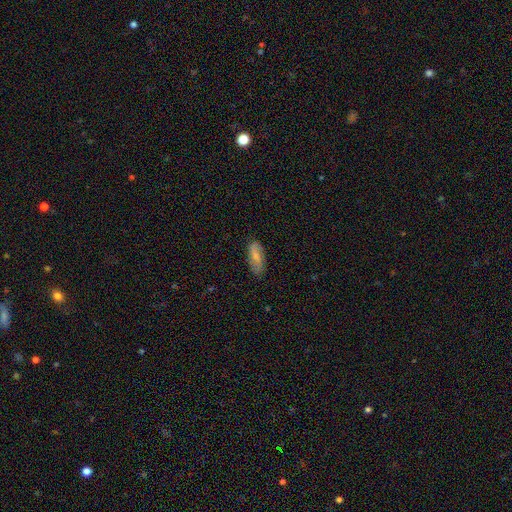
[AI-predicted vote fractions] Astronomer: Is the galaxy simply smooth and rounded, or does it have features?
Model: smooth — 61%.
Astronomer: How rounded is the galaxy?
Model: in between — 81%.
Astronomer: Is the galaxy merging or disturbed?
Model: none — 77%.